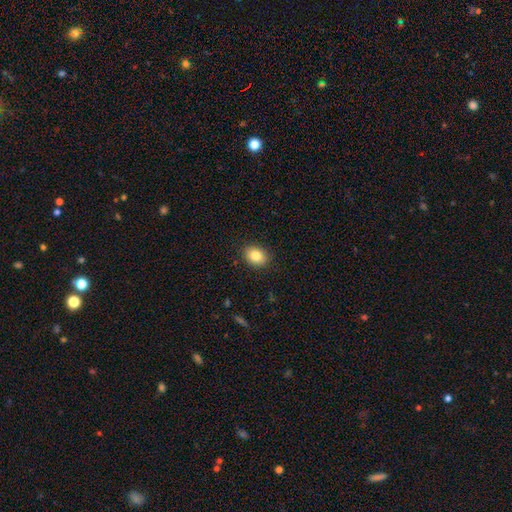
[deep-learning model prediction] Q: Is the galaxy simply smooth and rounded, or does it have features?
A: smooth — 84%.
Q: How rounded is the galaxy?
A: in between — 61%.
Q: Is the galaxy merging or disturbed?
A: none — 89%.